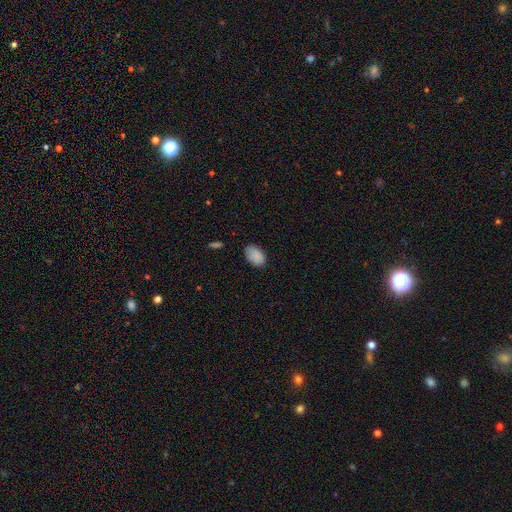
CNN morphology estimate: smooth_or_featured: smooth (p=0.87) [alt: star or artifact p=0.08]
how_rounded: in between (p=0.90) [alt: round p=0.09]
merging: none (p=0.78) [alt: minor disturbance p=0.17]